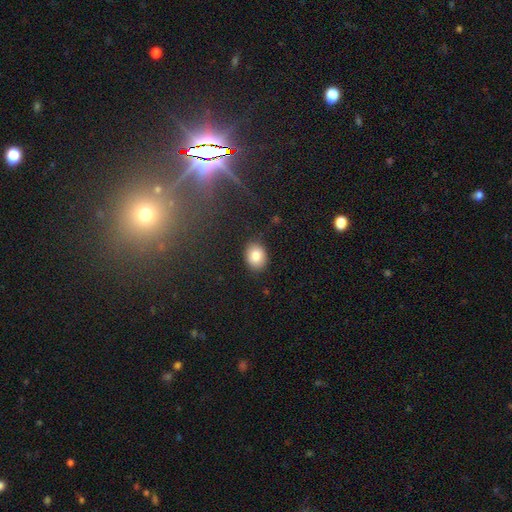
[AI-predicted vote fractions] smooth-or-featured: smooth: 84% | star or artifact: 8% | featured or disk: 7%
  how-rounded: in between: 53% | round: 46% | cigar-shaped: 1%
  merging: none: 86% | minor disturbance: 10% | major disturbance: 2% | merger: 1%